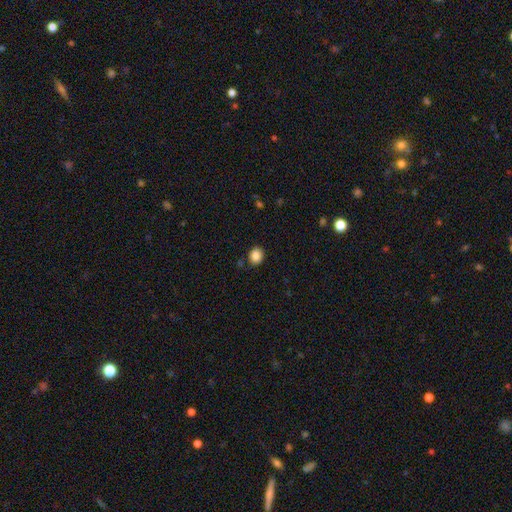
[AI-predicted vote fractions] Smooth or featured? smooth (86%)
How rounded? round (69%)
Merging? none (88%)